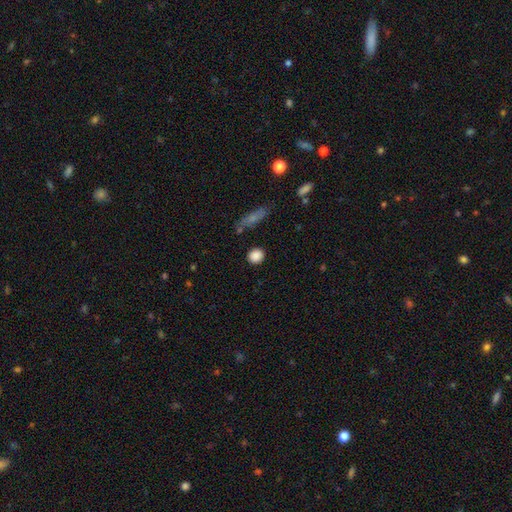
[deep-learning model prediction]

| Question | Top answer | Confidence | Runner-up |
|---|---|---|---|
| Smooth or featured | smooth | 87% | star or artifact (9%) |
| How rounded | round | 85% | in between (13%) |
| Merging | none | 85% | minor disturbance (9%) |